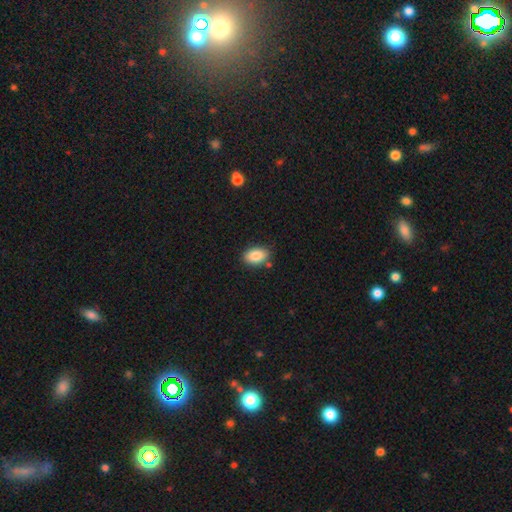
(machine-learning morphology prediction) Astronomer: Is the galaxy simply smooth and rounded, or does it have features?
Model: smooth — 86%.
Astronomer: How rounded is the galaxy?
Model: in between — 89%.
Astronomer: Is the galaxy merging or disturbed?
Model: none — 81%.